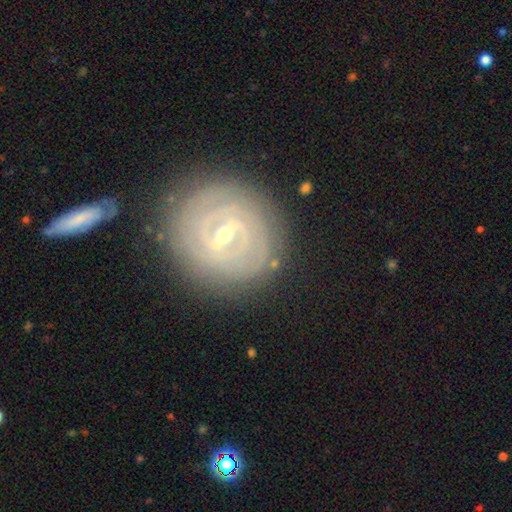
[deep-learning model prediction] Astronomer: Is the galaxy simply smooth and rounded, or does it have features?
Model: featured or disk — 86%.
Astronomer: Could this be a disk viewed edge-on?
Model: no — 96%.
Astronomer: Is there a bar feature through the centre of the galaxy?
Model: strong — 49% (runner-up: weak, 40%).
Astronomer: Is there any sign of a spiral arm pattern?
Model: yes — 92%.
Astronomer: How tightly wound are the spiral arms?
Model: tight — 85%.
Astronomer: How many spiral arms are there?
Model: can't tell — 33% (runner-up: 2, 28%).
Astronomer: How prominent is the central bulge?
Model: small — 57% (runner-up: moderate, 40%).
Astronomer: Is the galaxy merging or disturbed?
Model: none — 83%.